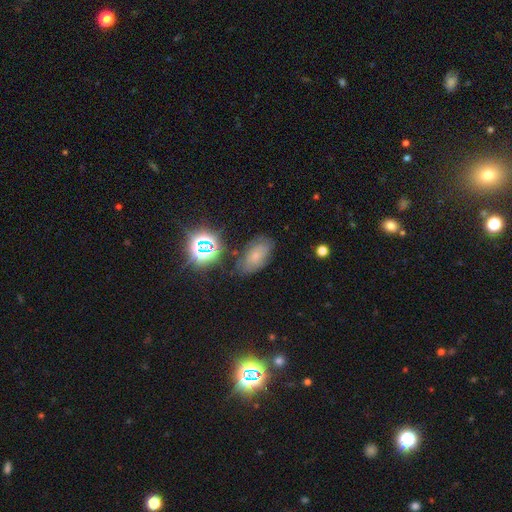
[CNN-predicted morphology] smooth-or-featured: smooth: 50% | featured or disk: 25% | star or artifact: 25%
  how-rounded: in between: 90% | round: 7% | cigar-shaped: 3%
  merging: none: 71% | minor disturbance: 20% | major disturbance: 6% | merger: 3%